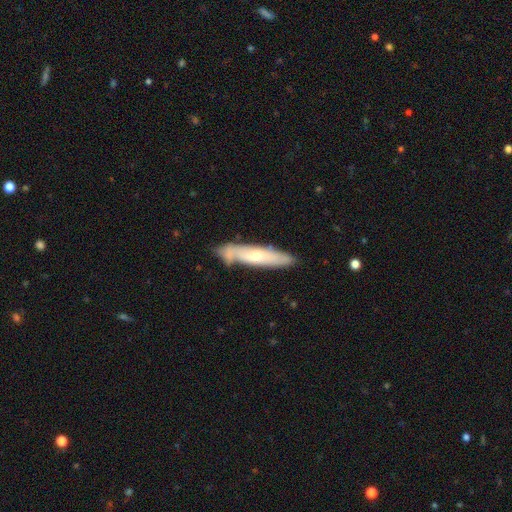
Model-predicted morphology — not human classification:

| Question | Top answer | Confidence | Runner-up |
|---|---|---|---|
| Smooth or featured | smooth | 48% | featured or disk (46%) |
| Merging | none | 70% | minor disturbance (20%) |